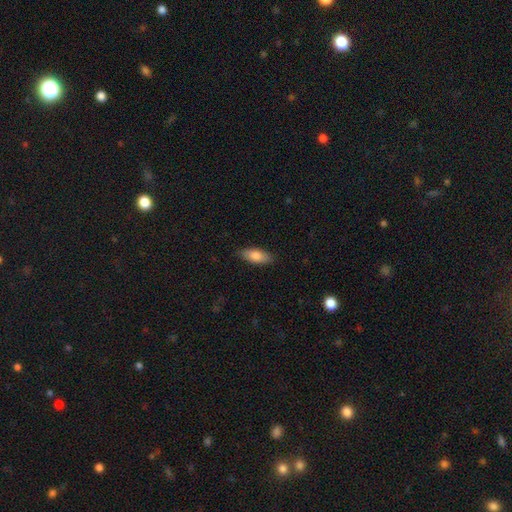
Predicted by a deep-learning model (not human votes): Smooth or featured?
  - smooth: 79% *
  - featured or disk: 15%
  - star or artifact: 6%
How rounded?
  - in between: 78% *
  - cigar-shaped: 19%
  - round: 2%
Merging?
  - none: 87% *
  - minor disturbance: 10%
  - major disturbance: 2%
  - merger: 1%